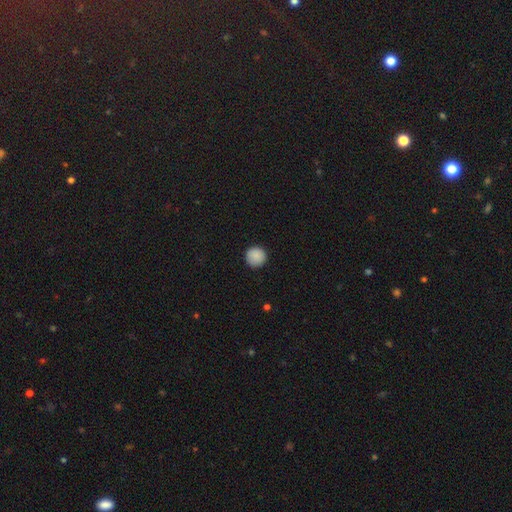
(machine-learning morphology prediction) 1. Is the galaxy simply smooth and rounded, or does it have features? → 89% smooth, 8% star or artifact, 3% featured or disk.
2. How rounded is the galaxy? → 96% round, 4% in between, 1% cigar-shaped.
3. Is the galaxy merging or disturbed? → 91% none, 6% minor disturbance, 2% major disturbance, 1% merger.